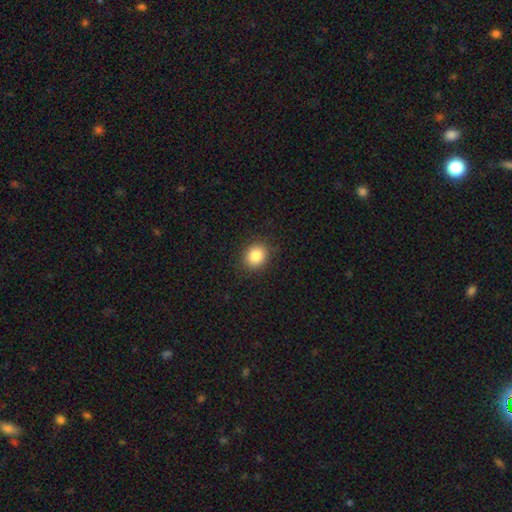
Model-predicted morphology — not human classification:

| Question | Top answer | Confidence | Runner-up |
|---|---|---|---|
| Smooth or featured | smooth | 85% | star or artifact (10%) |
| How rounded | round | 67% | in between (32%) |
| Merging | none | 88% | minor disturbance (8%) |